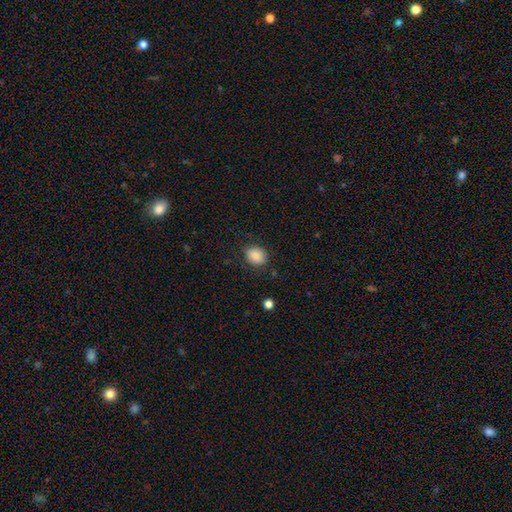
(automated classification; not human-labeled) A smooth galaxy with no disk features (88%) that is round (54%).

Vote fractions:
- Smooth or featured? smooth: 88% / star or artifact: 8% / featured or disk: 4%
- How rounded? round: 54% / in between: 45% / cigar-shaped: 1%
- Merging? none: 83% / minor disturbance: 12% / major disturbance: 4% / merger: 1%